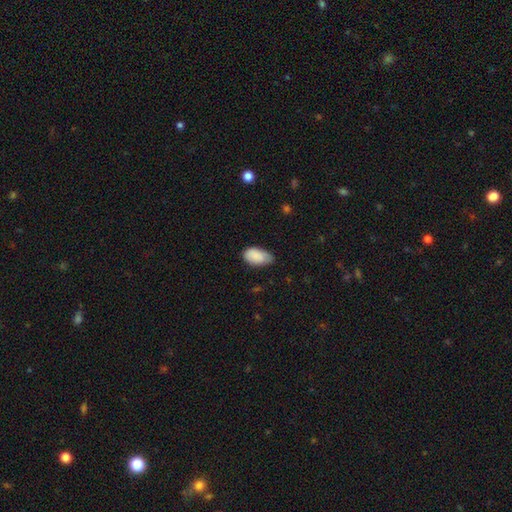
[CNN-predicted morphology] The model was most divided on "merging": none: 54%, minor disturbance: 38%, major disturbance: 6%, merger: 2%. More confident: how rounded — in between (94%); smooth or featured — smooth (87%).